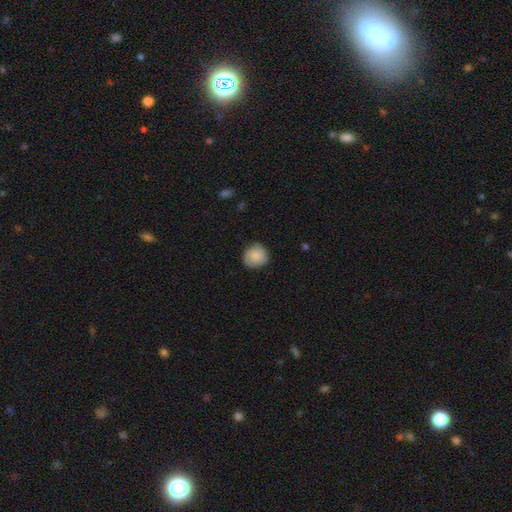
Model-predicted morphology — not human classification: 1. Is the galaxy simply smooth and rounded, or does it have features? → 80% smooth, 13% featured or disk, 7% star or artifact.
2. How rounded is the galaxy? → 87% round, 12% in between, 1% cigar-shaped.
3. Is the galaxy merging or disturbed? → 79% none, 16% minor disturbance, 3% major disturbance, 1% merger.